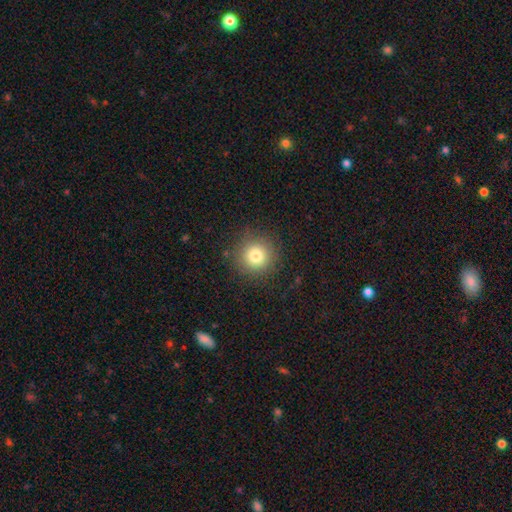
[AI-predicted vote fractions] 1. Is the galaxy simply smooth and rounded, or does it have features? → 79% smooth, 12% star or artifact, 8% featured or disk.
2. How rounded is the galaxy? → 95% round, 4% in between, 1% cigar-shaped.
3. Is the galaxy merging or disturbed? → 89% none, 7% minor disturbance, 3% major disturbance, 1% merger.